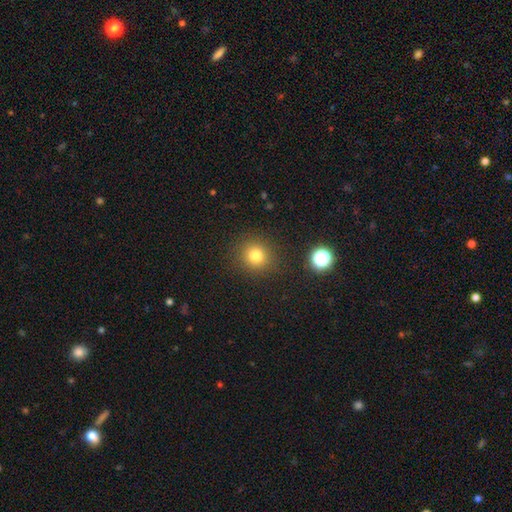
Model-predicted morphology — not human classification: This is likely a smooth galaxy (78%). How rounded: clearly round (90%). Merging: clearly none (88%).